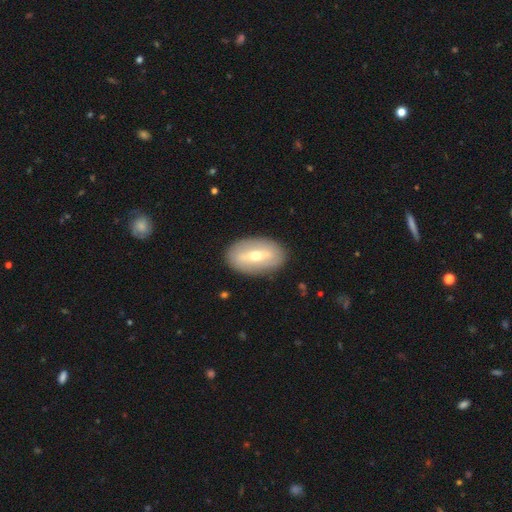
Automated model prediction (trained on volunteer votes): Smooth or featured? featured or disk (55%)
Edge-on disk? no (83%)
Merging? none (87%)